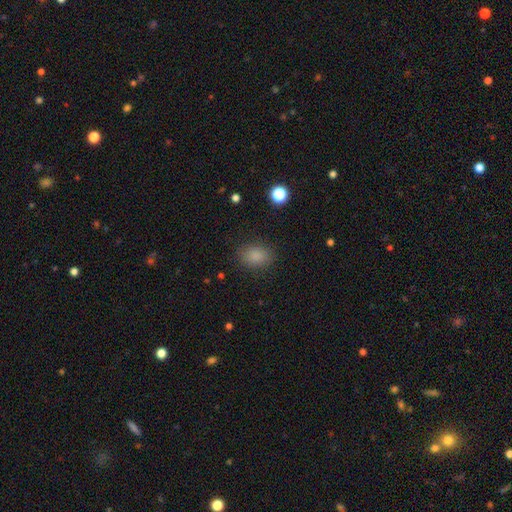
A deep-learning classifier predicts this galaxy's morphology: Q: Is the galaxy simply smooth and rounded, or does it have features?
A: smooth — 84%.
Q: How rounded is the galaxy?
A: in between — 71%.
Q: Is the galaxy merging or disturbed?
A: none — 85%.